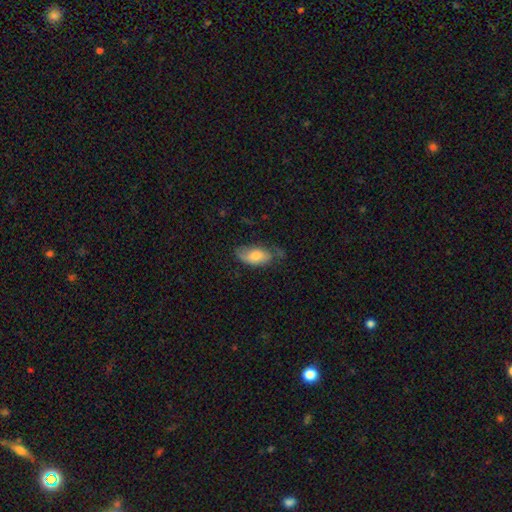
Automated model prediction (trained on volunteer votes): Smooth or featured: smooth — 71% (featured or disk — 22%)
How rounded: in between — 91% (cigar-shaped — 6%)
Merging: none — 54% (minor disturbance — 33%)